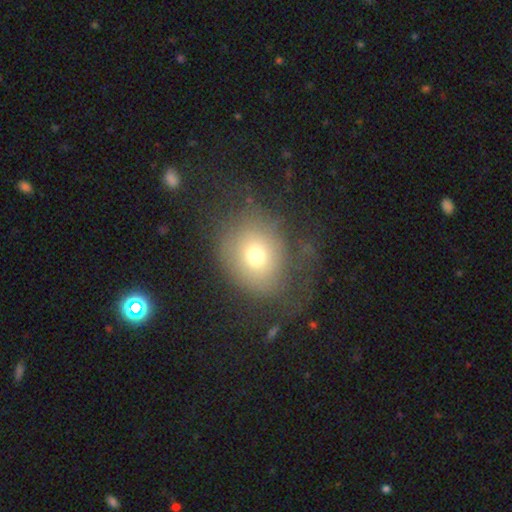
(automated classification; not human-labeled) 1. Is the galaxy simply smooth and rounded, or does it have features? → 68% smooth, 20% featured or disk, 12% star or artifact.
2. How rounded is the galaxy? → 66% round, 34% in between, 1% cigar-shaped.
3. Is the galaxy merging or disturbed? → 50% none, 26% major disturbance, 22% minor disturbance, 2% merger.